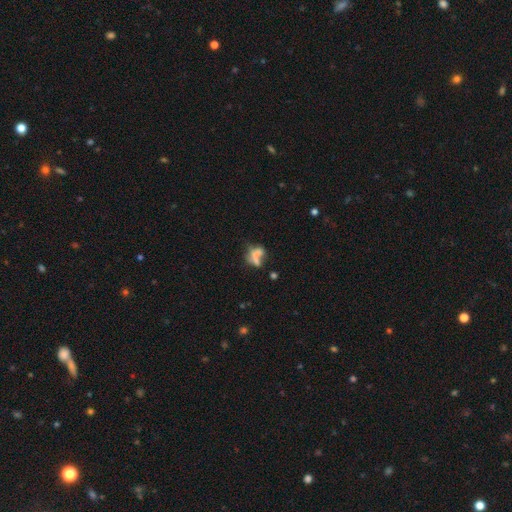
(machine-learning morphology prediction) Q: Smooth or featured?
A: smooth (51%); runner-up: featured or disk (33%)
Q: How rounded?
A: in between (64%); runner-up: round (24%)
Q: Merging?
A: merger (32%); runner-up: none (29%)